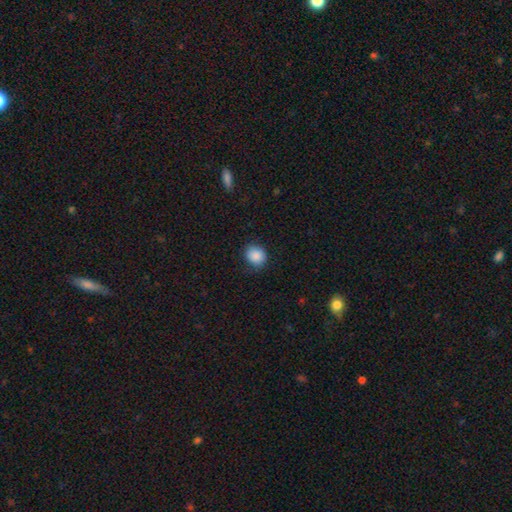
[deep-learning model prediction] This appears to be a smooth galaxy with no disk features (88%) that is round (77%). Merging: none (76%).